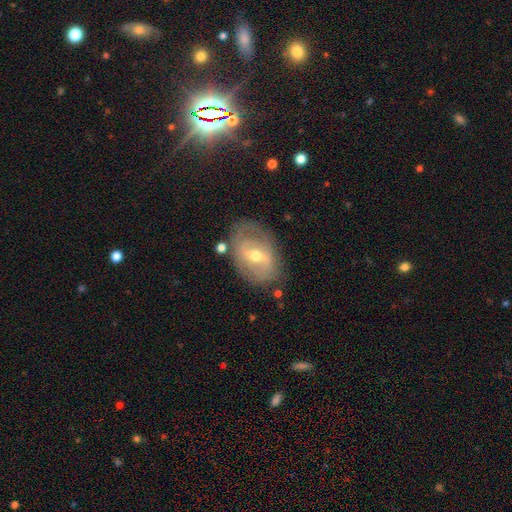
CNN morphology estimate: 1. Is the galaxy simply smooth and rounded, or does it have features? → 68% featured or disk, 24% smooth, 8% star or artifact.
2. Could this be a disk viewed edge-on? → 92% no, 8% yes.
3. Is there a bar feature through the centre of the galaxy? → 46% weak, 34% strong, 20% no.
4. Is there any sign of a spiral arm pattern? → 58% yes, 42% no.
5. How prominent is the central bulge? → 64% moderate, 31% small, 3% large, 1% none, 1% dominant.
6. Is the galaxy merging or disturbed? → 68% none, 21% minor disturbance, 9% major disturbance, 3% merger.